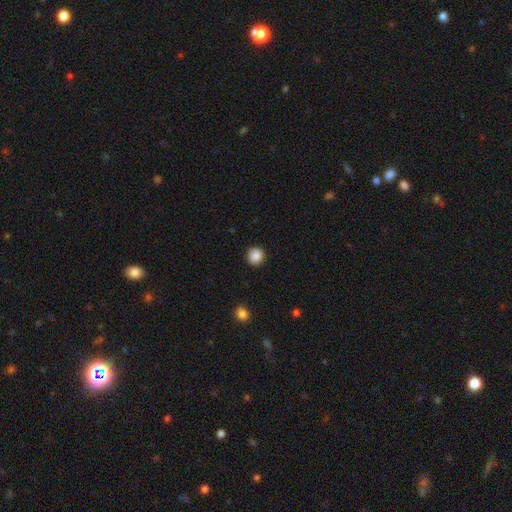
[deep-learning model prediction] Smooth or featured? Predicted: smooth (p=0.88). How rounded? Predicted: round (p=0.94). Merging? Predicted: none (p=0.92).